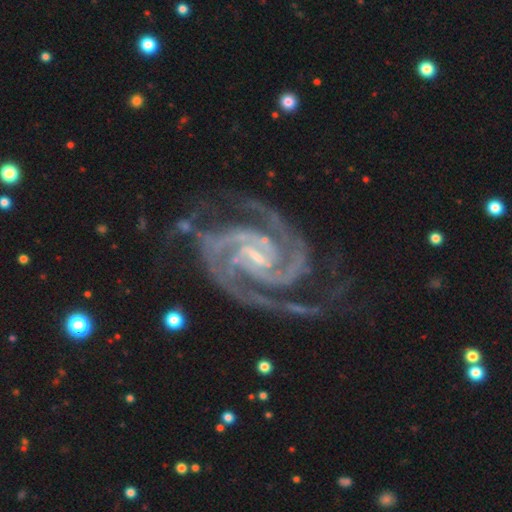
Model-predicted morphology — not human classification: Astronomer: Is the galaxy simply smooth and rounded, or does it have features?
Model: featured or disk — 95%.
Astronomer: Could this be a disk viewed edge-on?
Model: no — 98%.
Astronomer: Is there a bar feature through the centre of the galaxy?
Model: weak — 47% (runner-up: strong, 35%).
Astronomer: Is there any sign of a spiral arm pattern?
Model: yes — 99%.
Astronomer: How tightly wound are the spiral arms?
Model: tight — 63%.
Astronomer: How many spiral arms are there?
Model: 2 — 78%.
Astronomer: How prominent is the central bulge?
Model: small — 67%.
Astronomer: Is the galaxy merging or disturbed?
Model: none — 70%.